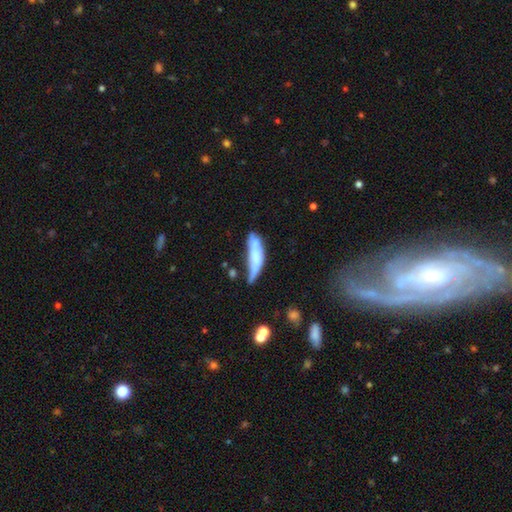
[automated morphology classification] A smooth galaxy with no disk features (52%) that is cigar-shaped (64%).

Vote fractions:
- Smooth or featured? smooth: 52% / featured or disk: 40% / star or artifact: 8%
- How rounded? cigar-shaped: 64% / in between: 34% / round: 2%
- Merging? minor disturbance: 30% / none: 28% / major disturbance: 25% / merger: 17%